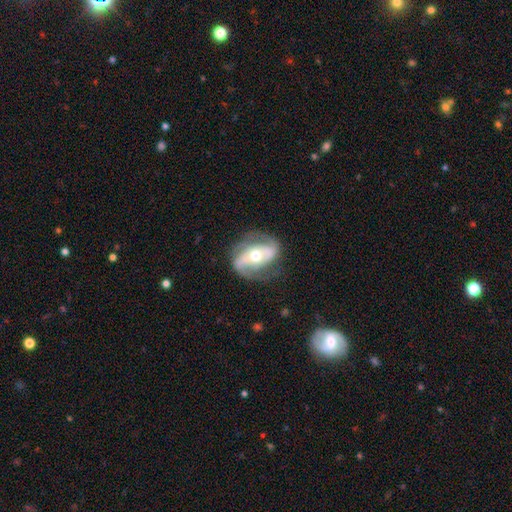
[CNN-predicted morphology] Smooth or featured?
  - featured or disk: 82% *
  - smooth: 13%
  - star or artifact: 5%
Edge-on disk?
  - no: 95% *
  - yes: 5%
Bar?
  - no: 38% *
  - strong: 34%
  - weak: 27%
Spiral arms?
  - yes: 90% *
  - no: 10%
Spiral winding?
  - medium: 45% *
  - loose: 32%
  - tight: 24%
Spiral arm count?
  - 2: 88% *
  - can't tell: 5%
  - 1: 3%
  - 3: 2%
  - 4: 1%
  - more than 4: 1%
Bulge size?
  - moderate: 72% *
  - small: 19%
  - large: 7%
  - dominant: 1%
  - none: 1%
Merging?
  - none: 72% *
  - minor disturbance: 17%
  - major disturbance: 10%
  - merger: 1%